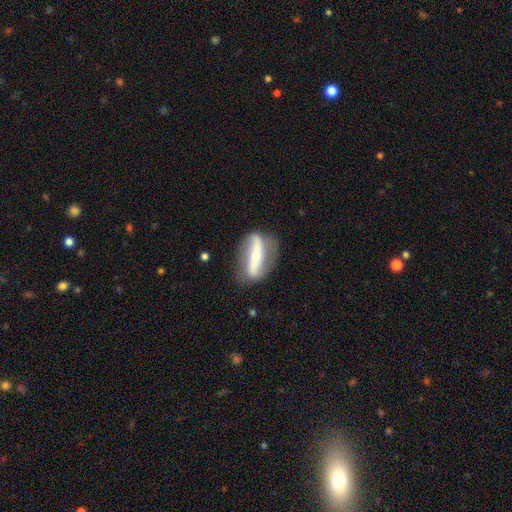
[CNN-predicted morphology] smooth-or-featured: featured or disk: 77% | smooth: 17% | star or artifact: 5%
  disk-edge-on: no: 80% | yes: 20%
    bar: strong: 68% | no: 18% | weak: 14%
    has-spiral-arms: yes: 80% | no: 20%
    bulge-size: small: 58% | moderate: 35% | large: 3% | none: 2% | dominant: 2%
  merging: none: 74% | minor disturbance: 17% | major disturbance: 7% | merger: 2%